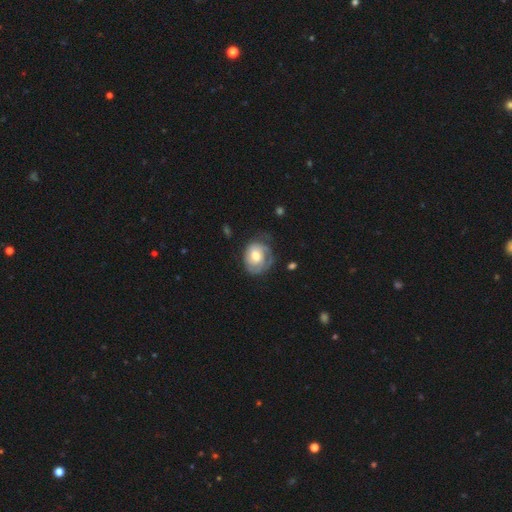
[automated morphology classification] Overall: featured or disk (64%; smooth 30%). Edge-on disk: no (97%). Bar: no (63%; weak 31%). Spiral arms: yes (80%). Bulge size: moderate (65%). Merging: none (54%; minor disturbance 27%).